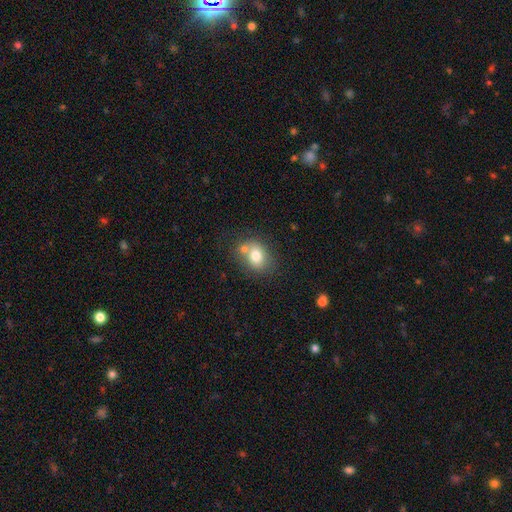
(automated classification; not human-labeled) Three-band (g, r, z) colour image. It shows a smooth galaxy with no disk features (75%) that is round (51%). Merging: none (53%).